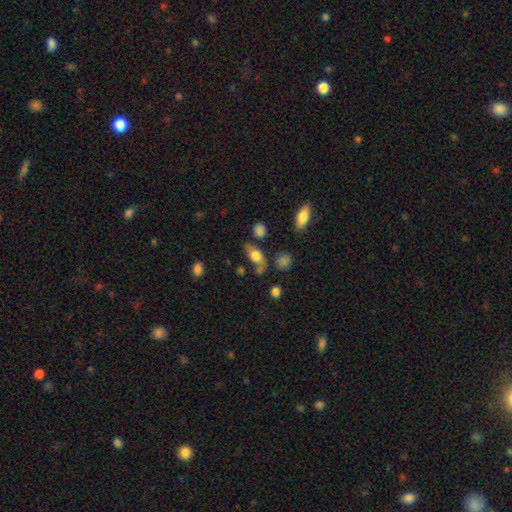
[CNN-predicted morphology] Smooth or featured? Predicted: smooth (p=0.62). How rounded? Predicted: in between (p=0.76). Merging? Predicted: none (p=0.51).